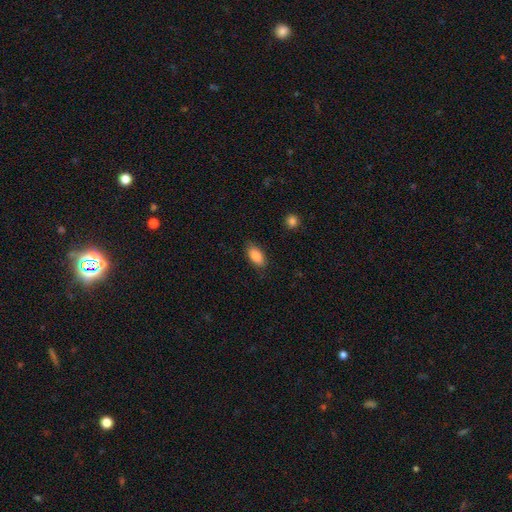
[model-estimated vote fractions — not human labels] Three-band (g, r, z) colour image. It shows a smooth galaxy with no disk features (85%) that is in between round and cigar-shaped (90%). Merging: none (82%).